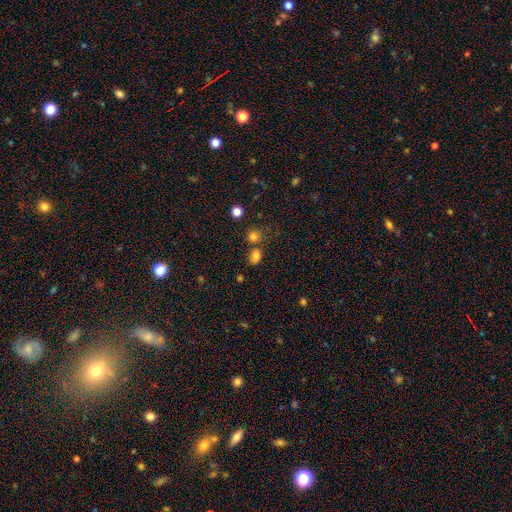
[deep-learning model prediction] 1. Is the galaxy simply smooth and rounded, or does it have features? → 79% smooth, 15% star or artifact, 6% featured or disk.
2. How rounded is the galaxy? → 58% in between, 40% round, 1% cigar-shaped.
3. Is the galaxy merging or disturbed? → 61% none, 21% merger, 13% minor disturbance, 5% major disturbance.